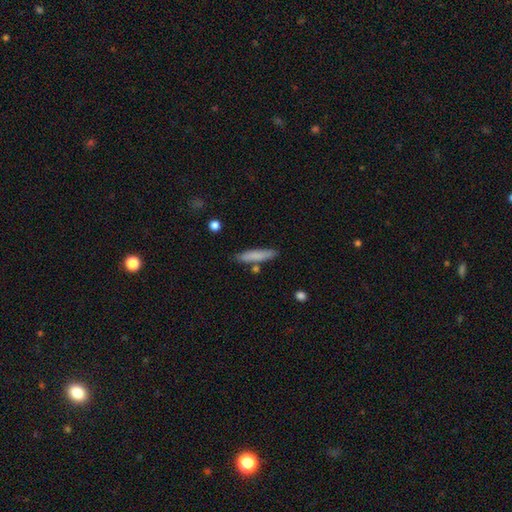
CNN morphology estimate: Smooth or featured? Predicted: smooth (p=0.79). How rounded? Predicted: cigar-shaped (p=0.85). Merging? Predicted: none (p=0.80).